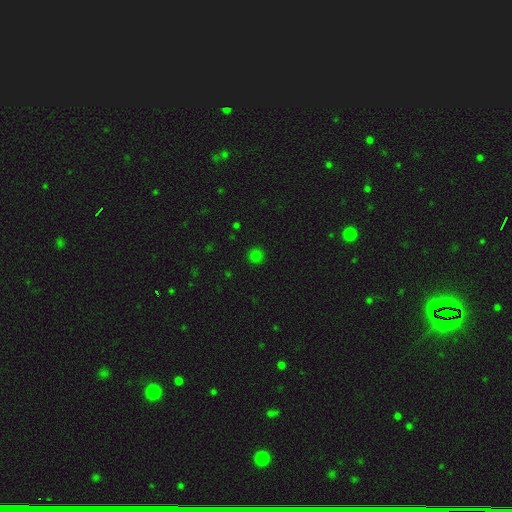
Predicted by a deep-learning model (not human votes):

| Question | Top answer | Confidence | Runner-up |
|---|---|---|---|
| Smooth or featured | smooth | 78% | star or artifact (18%) |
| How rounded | round | 94% | in between (5%) |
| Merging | none | 92% | minor disturbance (6%) |